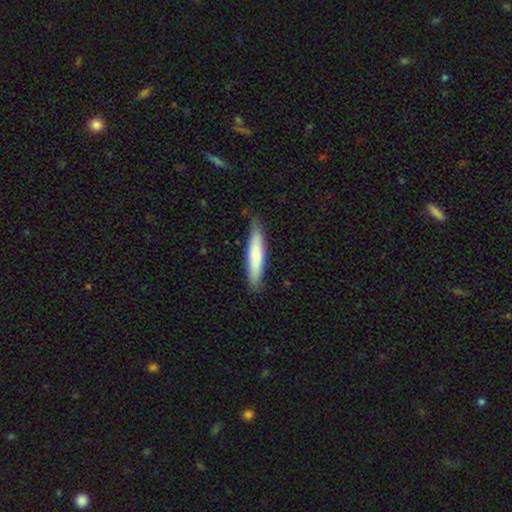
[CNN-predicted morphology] smooth-or-featured: smooth: 76% | featured or disk: 19% | star or artifact: 5%
  how-rounded: cigar-shaped: 88% | in between: 11% | round: 1%
  merging: none: 84% | minor disturbance: 13% | major disturbance: 2% | merger: 1%